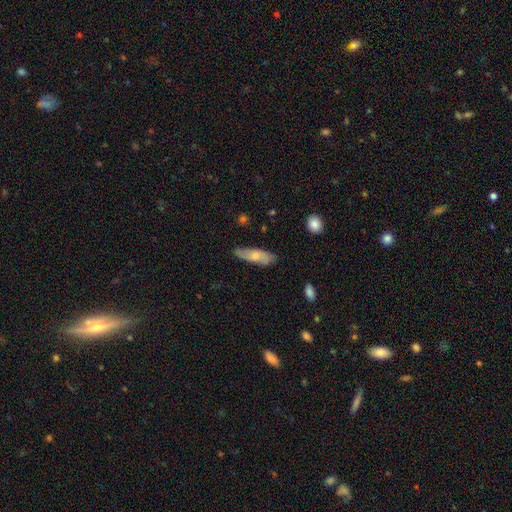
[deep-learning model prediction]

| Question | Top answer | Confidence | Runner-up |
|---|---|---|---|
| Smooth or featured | smooth | 61% | featured or disk (34%) |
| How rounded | cigar-shaped | 50% | in between (48%) |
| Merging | none | 77% | minor disturbance (18%) |